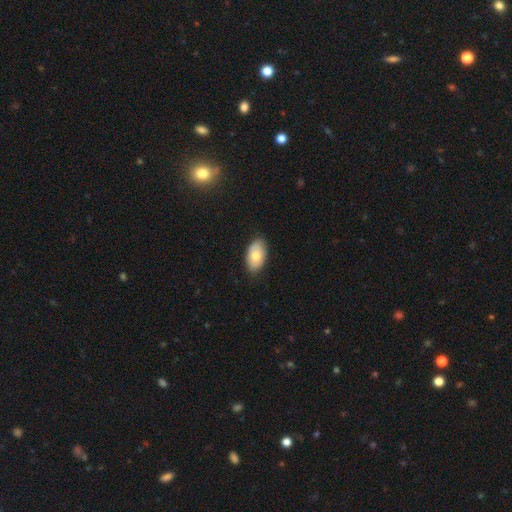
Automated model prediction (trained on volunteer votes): The model was most divided on "smooth or featured": smooth: 76%, featured or disk: 18%, star or artifact: 6%. More confident: how rounded — in between (94%); merging — none (83%).